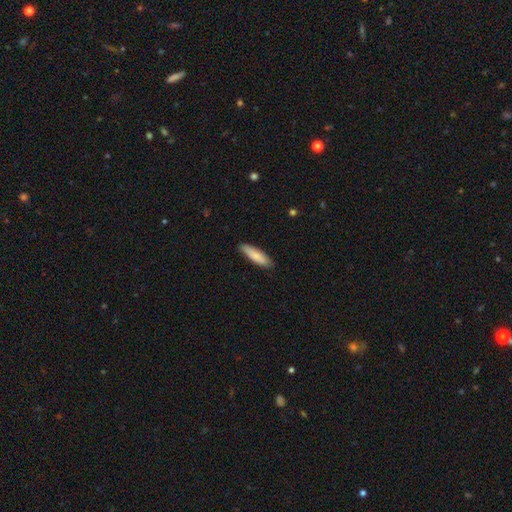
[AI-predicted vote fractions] This appears to be a smooth galaxy with no disk features (83%) that is cigar-shaped (66%). Merging: none (83%).